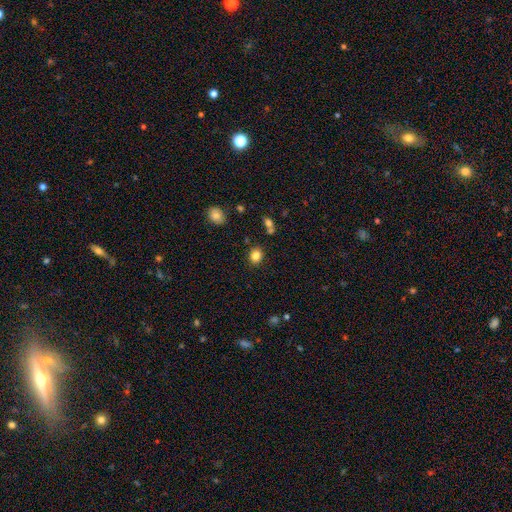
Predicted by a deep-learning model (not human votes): Smooth or featured?
  - smooth: 83% *
  - star or artifact: 11%
  - featured or disk: 5%
How rounded?
  - round: 63% *
  - in between: 36%
  - cigar-shaped: 1%
Merging?
  - none: 84% *
  - minor disturbance: 9%
  - merger: 4%
  - major disturbance: 3%